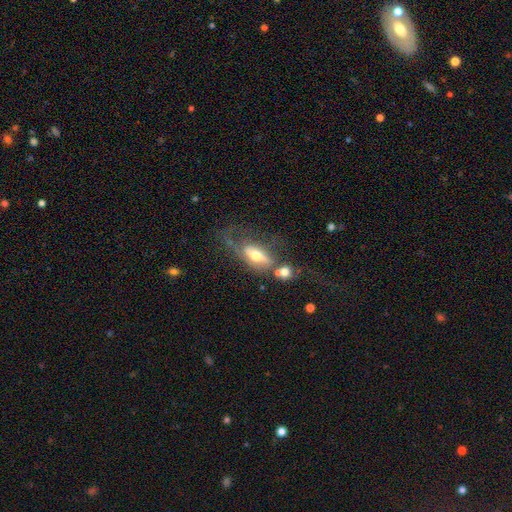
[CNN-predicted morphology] Smooth or featured: smooth — 49% (featured or disk — 44%)
Merging: none — 28% (merger — 27%)